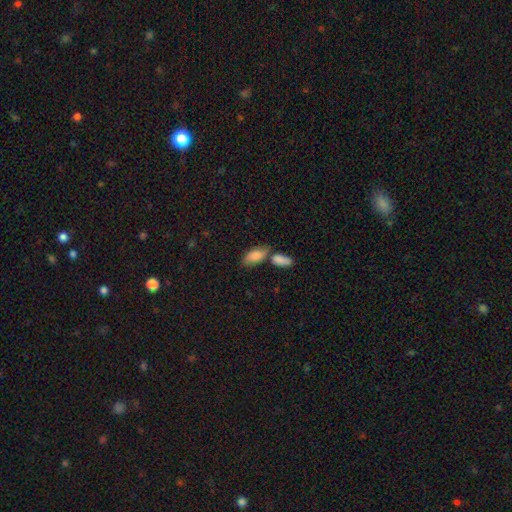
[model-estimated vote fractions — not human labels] Smooth or featured?
  - smooth: 82% *
  - featured or disk: 11%
  - star or artifact: 7%
How rounded?
  - in between: 90% *
  - cigar-shaped: 7%
  - round: 3%
Merging?
  - merger: 42% *
  - none: 40%
  - minor disturbance: 13%
  - major disturbance: 5%